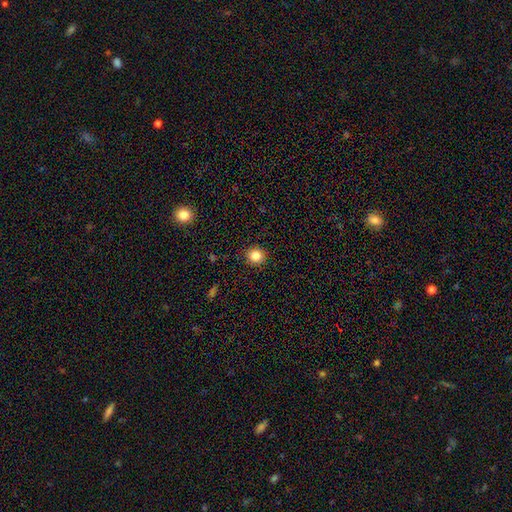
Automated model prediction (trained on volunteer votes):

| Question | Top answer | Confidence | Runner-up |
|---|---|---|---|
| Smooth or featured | smooth | 85% | star or artifact (11%) |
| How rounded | round | 91% | in between (8%) |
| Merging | none | 91% | minor disturbance (6%) |